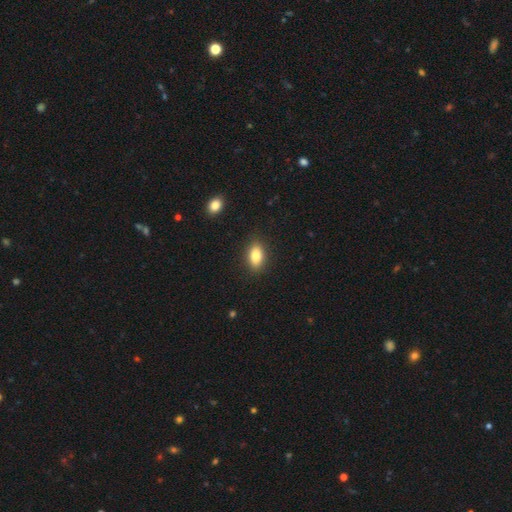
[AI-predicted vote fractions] Smooth or featured: smooth — 83% (featured or disk — 9%)
How rounded: in between — 87% (round — 7%)
Merging: none — 88% (minor disturbance — 9%)